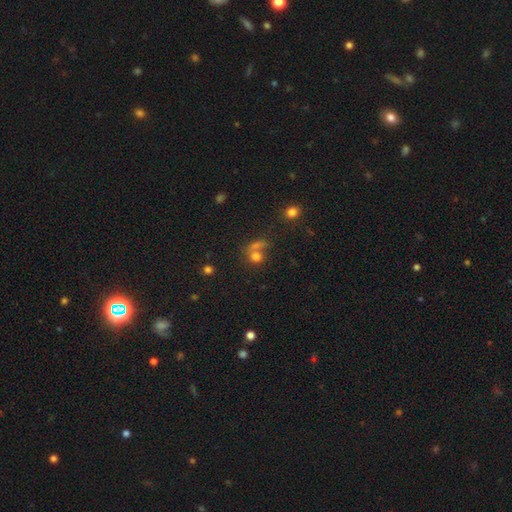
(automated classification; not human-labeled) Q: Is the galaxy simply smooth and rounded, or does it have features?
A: smooth — 70%.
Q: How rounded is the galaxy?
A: round — 69%.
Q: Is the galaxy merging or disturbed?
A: merger — 44%.